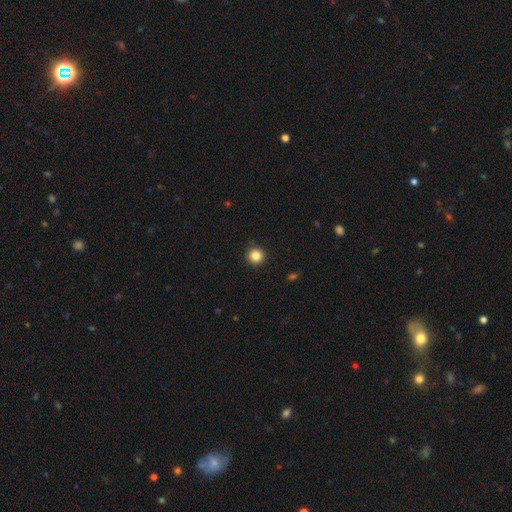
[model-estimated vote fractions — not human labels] smooth_or_featured: smooth (p=0.85) [alt: star or artifact p=0.11]
how_rounded: round (p=0.95) [alt: in between p=0.04]
merging: none (p=0.92) [alt: minor disturbance p=0.05]